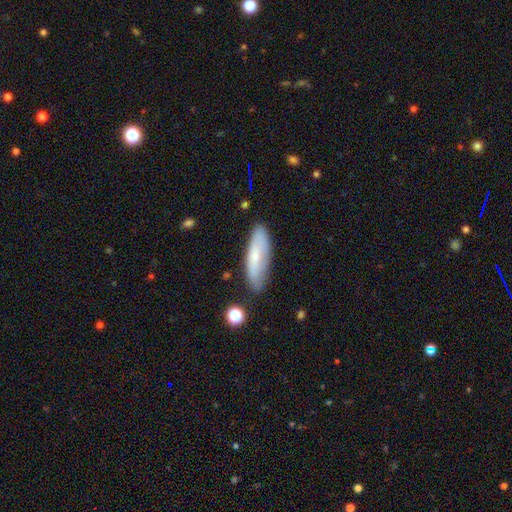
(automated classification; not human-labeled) Smooth or featured? Predicted: smooth (p=0.62). How rounded? Predicted: cigar-shaped (p=0.49, tied with in between). Merging? Predicted: none (p=0.73).